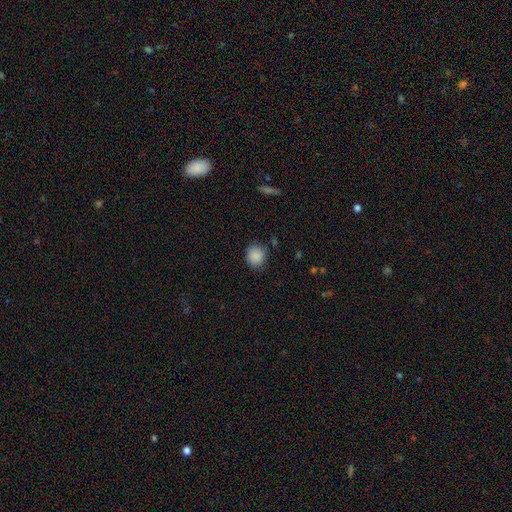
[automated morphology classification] smooth 88%, star or artifact 8%, featured or disk 3%. Down the decision tree: how rounded — round (86%); merging — none (85%).